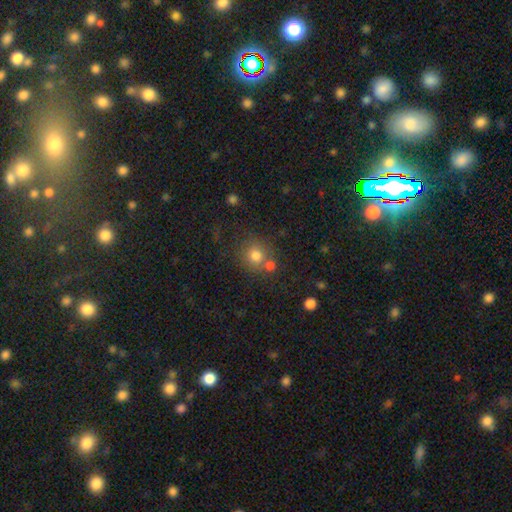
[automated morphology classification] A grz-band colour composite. It shows a smooth galaxy with no disk features (76%) that is round (87%). Merging: none (60%).